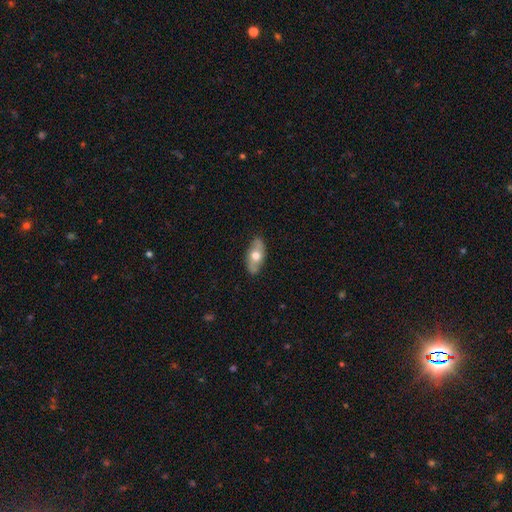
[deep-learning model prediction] A smooth galaxy with no disk features (56%) that is in between round and cigar-shaped (89%). Merging: none (85%).